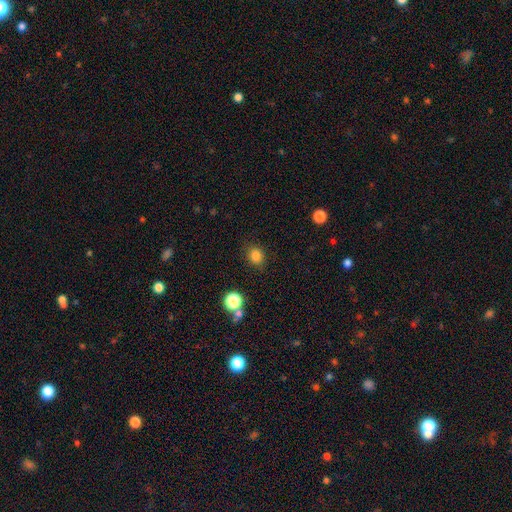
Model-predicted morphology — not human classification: Q: Smooth or featured?
A: smooth (83%); runner-up: star or artifact (13%)
Q: How rounded?
A: round (69%); runner-up: in between (30%)
Q: Merging?
A: none (83%); runner-up: minor disturbance (12%)